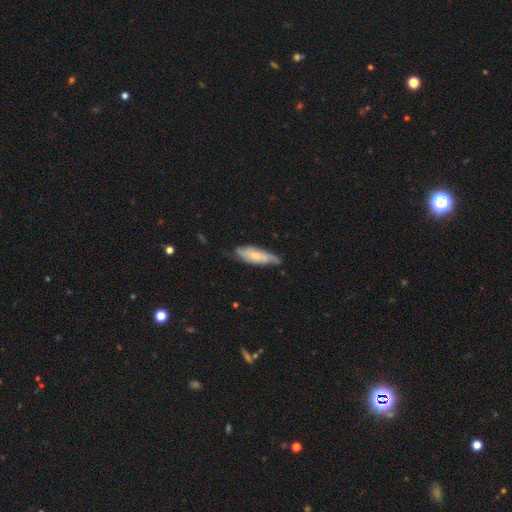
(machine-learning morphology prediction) smooth-or-featured: featured or disk: 49% | smooth: 45% | star or artifact: 6%
  merging: none: 58% | minor disturbance: 32% | major disturbance: 8% | merger: 2%